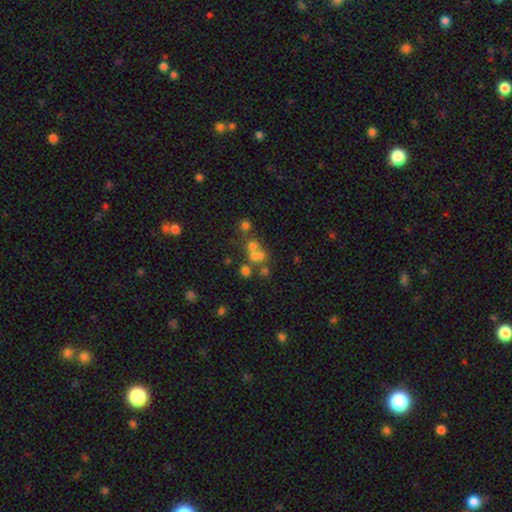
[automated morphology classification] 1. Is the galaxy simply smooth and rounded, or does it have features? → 50% smooth, 27% featured or disk, 24% star or artifact.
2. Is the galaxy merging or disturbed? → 47% merger, 37% none, 8% minor disturbance, 7% major disturbance.